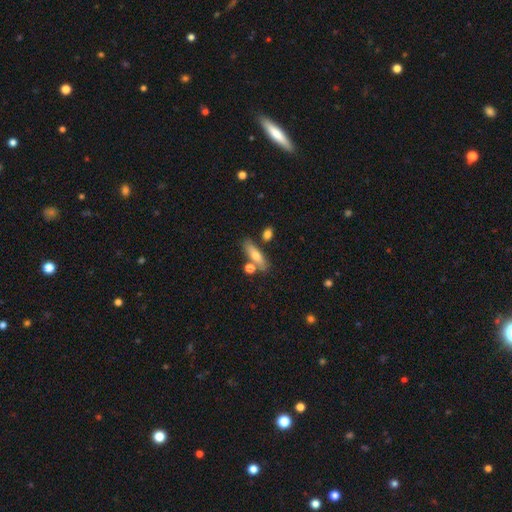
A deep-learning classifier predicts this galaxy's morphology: type=smooth (68%); roundness=cigar-shaped (51%); merging=none (69%).